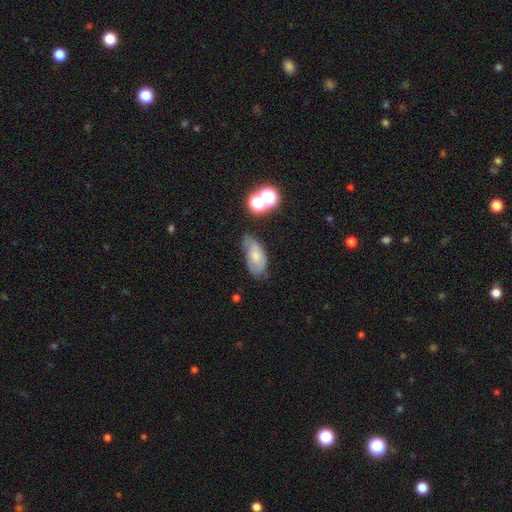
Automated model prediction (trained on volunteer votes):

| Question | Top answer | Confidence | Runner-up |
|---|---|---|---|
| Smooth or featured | smooth | 55% | featured or disk (34%) |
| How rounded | in between | 89% | cigar-shaped (6%) |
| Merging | none | 43% | minor disturbance (36%) |